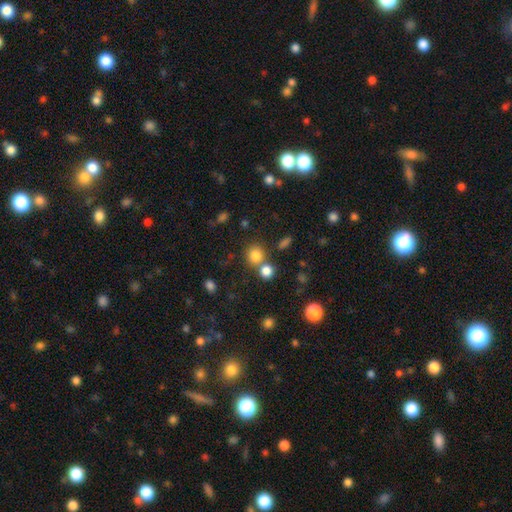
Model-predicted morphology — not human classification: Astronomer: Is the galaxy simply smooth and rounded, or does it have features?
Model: smooth — 80%.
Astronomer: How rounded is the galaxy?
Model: round — 86%.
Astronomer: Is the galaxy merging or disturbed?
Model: none — 64%.